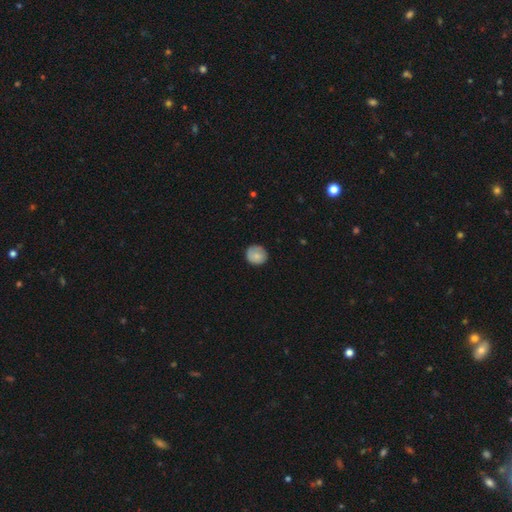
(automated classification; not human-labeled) Q: Smooth or featured?
A: smooth (79%); runner-up: featured or disk (14%)
Q: How rounded?
A: round (86%); runner-up: in between (13%)
Q: Merging?
A: none (81%); runner-up: minor disturbance (15%)